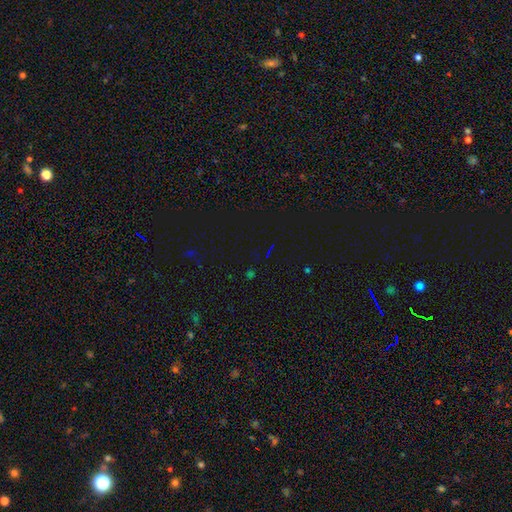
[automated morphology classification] Overall: star or artifact (73%).